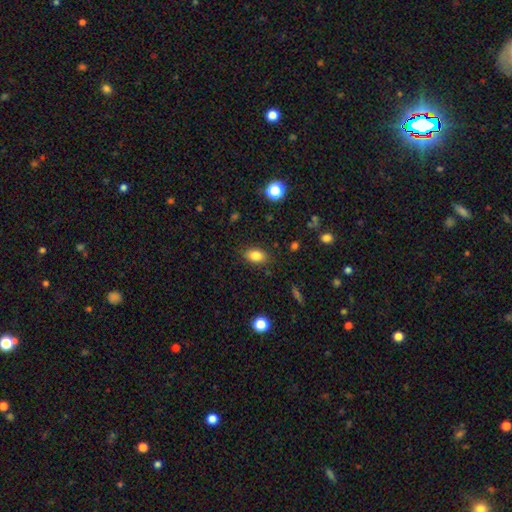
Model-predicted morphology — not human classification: smooth-or-featured: smooth: 83% | star or artifact: 10% | featured or disk: 7%
  how-rounded: in between: 83% | round: 15% | cigar-shaped: 2%
  merging: none: 85% | minor disturbance: 10% | major disturbance: 3% | merger: 1%